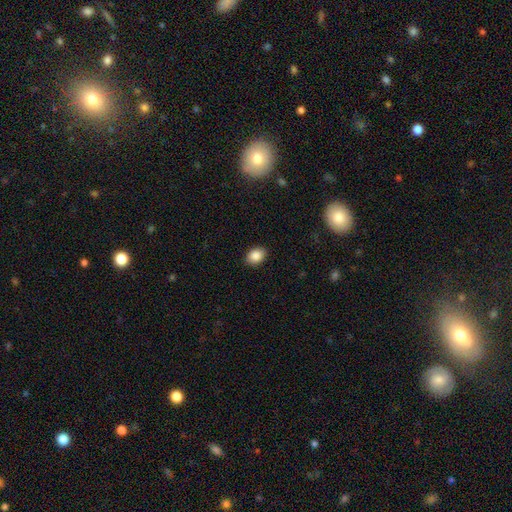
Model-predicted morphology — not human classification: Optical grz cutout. It shows a smooth galaxy with no disk features (87%) that is in between round and cigar-shaped (70%). Merging: none (89%).